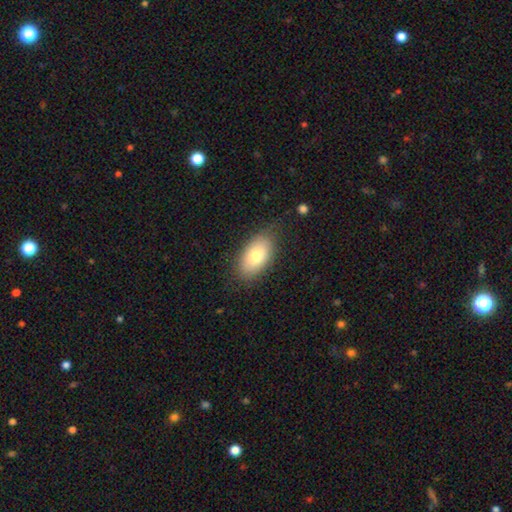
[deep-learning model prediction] A smooth galaxy with no disk features (75%) that is in between round and cigar-shaped (92%).

Vote fractions:
- Smooth or featured? smooth: 75% / featured or disk: 17% / star or artifact: 7%
- How rounded? in between: 92% / round: 6% / cigar-shaped: 2%
- Merging? none: 79% / minor disturbance: 16% / major disturbance: 4% / merger: 1%